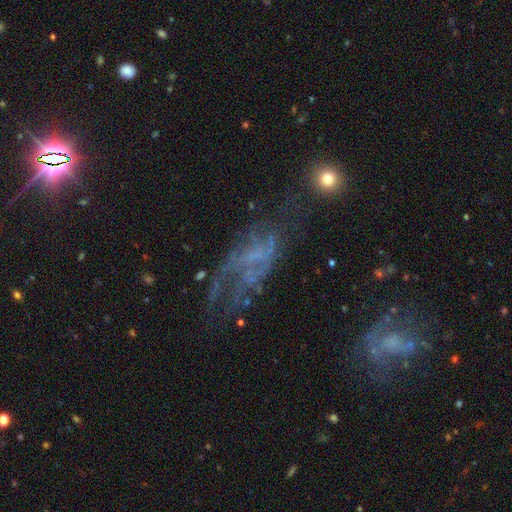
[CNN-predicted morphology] Smooth or featured? Predicted: featured or disk (p=0.58). Edge-on disk? Predicted: no (p=0.90). Bar? Predicted: no (p=0.68). Spiral arms? Predicted: yes (p=0.54). Bulge size? Predicted: none (p=0.69). Merging? Predicted: none (p=0.40).